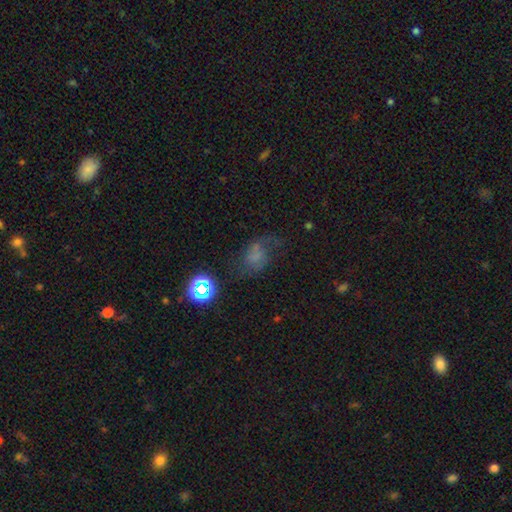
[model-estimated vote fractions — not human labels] Smooth or featured? Predicted: smooth (p=0.45). Merging? Predicted: none (p=0.45).